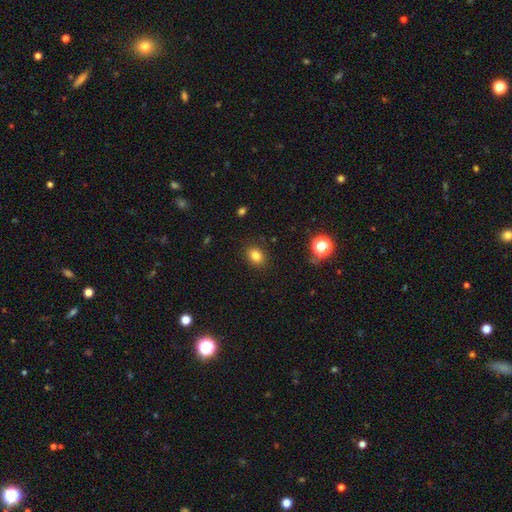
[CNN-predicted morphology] Smooth or featured: smooth — 82% (star or artifact — 12%)
How rounded: in between — 62% (round — 37%)
Merging: none — 86% (minor disturbance — 10%)